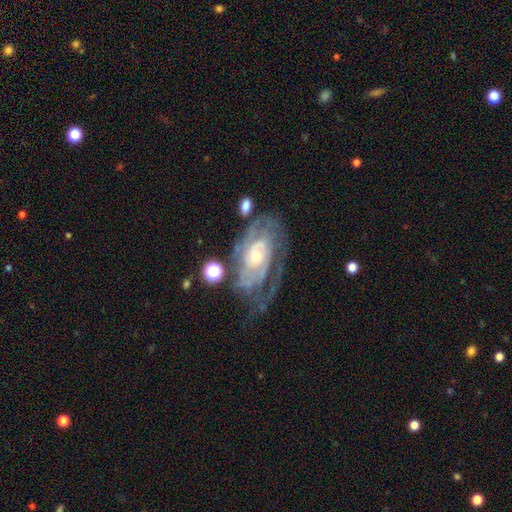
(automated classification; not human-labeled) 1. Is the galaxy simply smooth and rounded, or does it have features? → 86% featured or disk, 8% smooth, 6% star or artifact.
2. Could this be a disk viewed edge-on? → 95% no, 5% yes.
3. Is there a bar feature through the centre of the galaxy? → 67% no, 26% weak, 7% strong.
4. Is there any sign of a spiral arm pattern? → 93% yes, 7% no.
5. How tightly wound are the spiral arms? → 64% tight, 28% medium, 8% loose.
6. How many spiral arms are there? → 39% can't tell, 30% 2, 15% 3, 6% 4, 6% 1, 4% more than 4.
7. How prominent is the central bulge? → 49% small, 45% moderate, 3% large, 2% none, 1% dominant.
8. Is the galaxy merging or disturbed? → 54% none, 22% minor disturbance, 19% major disturbance, 4% merger.